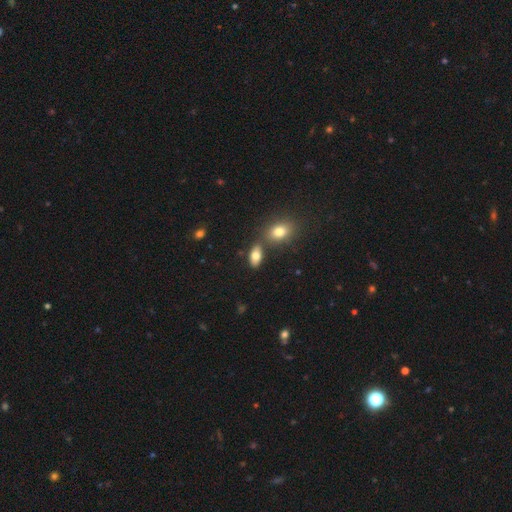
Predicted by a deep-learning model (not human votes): This is likely a smooth galaxy (77%). How rounded: clearly in between (89%). Merging: likely none (68%).